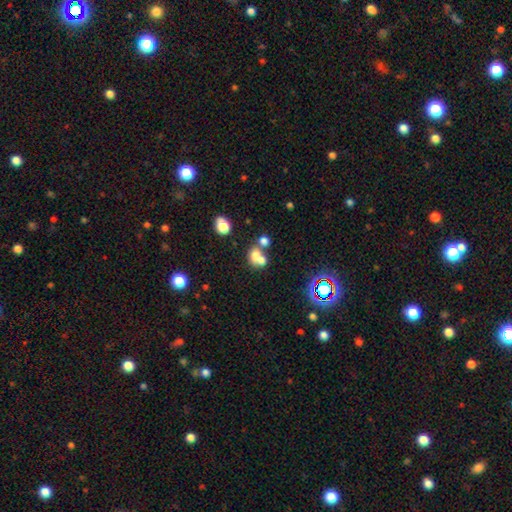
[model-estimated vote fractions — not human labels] Smooth or featured: smooth — 65% (featured or disk — 18%)
How rounded: round — 63% (in between — 36%)
Merging: merger — 58% (none — 30%)